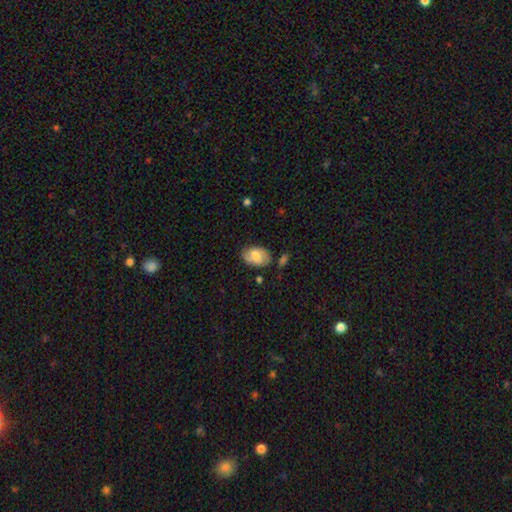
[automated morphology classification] Smooth or featured? Predicted: smooth (p=0.57). How rounded? Predicted: in between (p=0.88). Merging? Predicted: none (p=0.70).